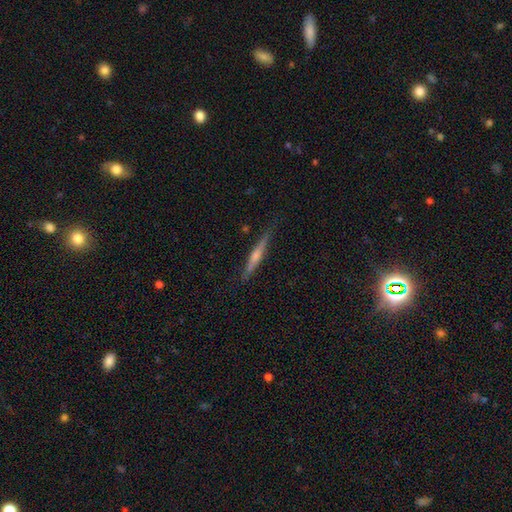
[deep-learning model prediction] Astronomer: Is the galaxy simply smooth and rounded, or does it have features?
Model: featured or disk — 67%.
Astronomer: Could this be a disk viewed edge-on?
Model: yes — 97%.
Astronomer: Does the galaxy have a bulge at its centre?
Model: rounded — 70%.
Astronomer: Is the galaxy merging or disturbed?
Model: none — 85%.